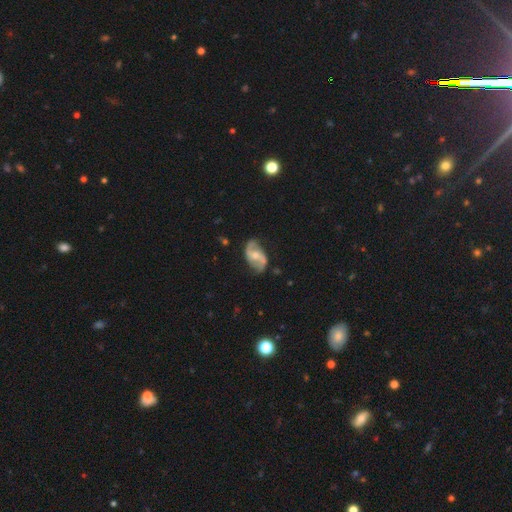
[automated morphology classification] A featured or disk galaxy (83%) with a weak bar (45%), 2 (92%) loose (56%) spiral arms (94%) and a moderate central bulge (57%). Merging: none (74%).